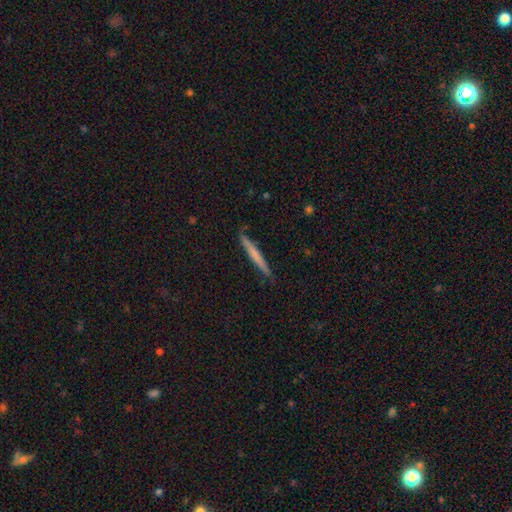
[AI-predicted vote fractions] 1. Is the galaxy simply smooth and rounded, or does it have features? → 60% smooth, 34% featured or disk, 5% star or artifact.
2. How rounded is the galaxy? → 96% cigar-shaped, 3% in between, 1% round.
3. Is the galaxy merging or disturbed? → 86% none, 11% minor disturbance, 2% major disturbance, 1% merger.